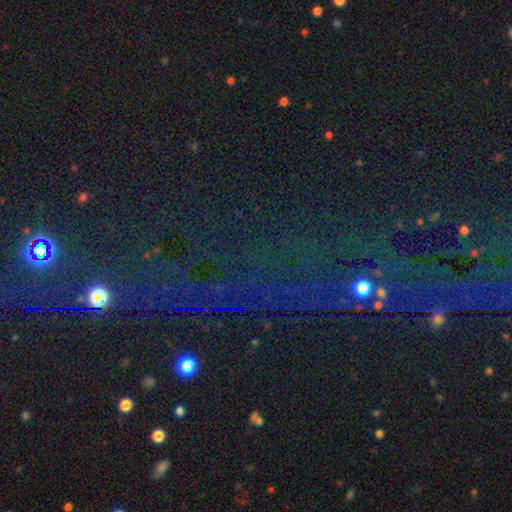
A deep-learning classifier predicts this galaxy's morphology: The model was most divided on "smooth or featured": star or artifact: 79%, smooth: 13%, featured or disk: 8%.